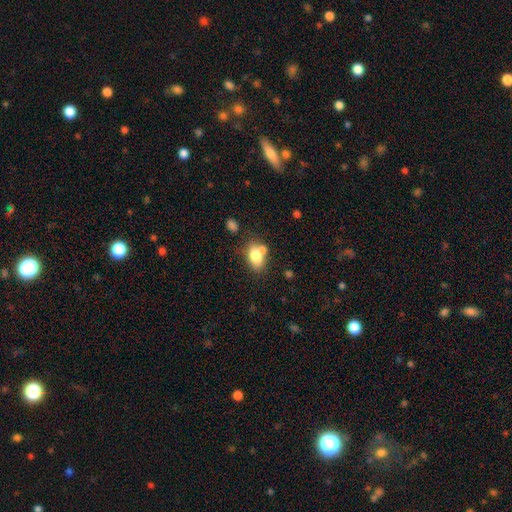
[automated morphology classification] smooth 77%, featured or disk 14%, star or artifact 9%. Down the decision tree: how rounded — in between (83%); merging — none (52%).